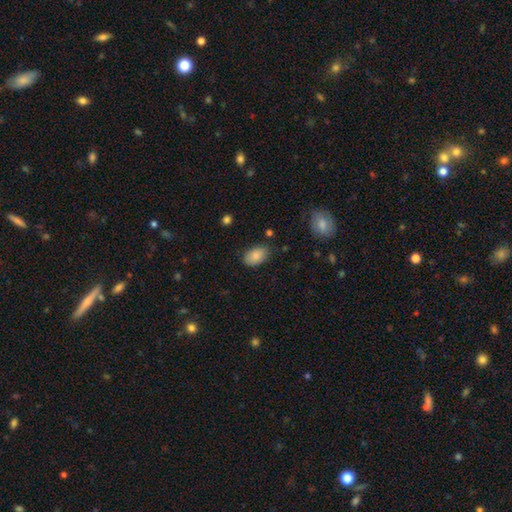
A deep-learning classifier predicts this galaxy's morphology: The model was most divided on "merging": none: 76%, minor disturbance: 18%, major disturbance: 4%, merger: 2%. More confident: how rounded — in between (90%); smooth or featured — smooth (86%).